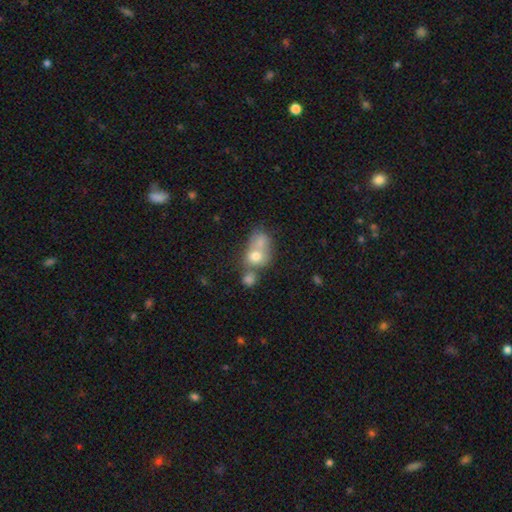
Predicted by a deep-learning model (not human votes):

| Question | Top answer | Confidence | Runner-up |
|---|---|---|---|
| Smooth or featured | smooth | 69% | featured or disk (20%) |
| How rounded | round | 54% | in between (44%) |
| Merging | merger | 65% | none (20%) |